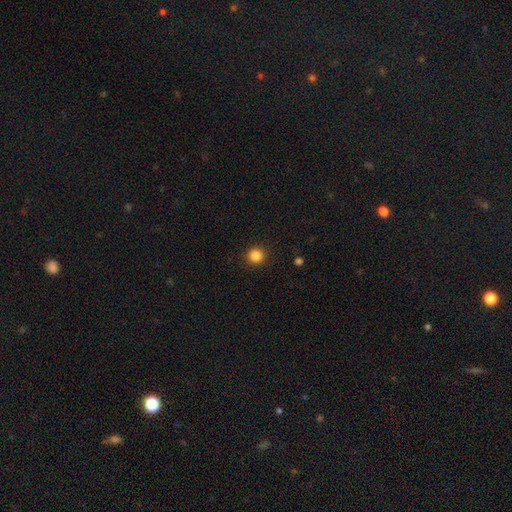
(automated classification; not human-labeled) smooth_or_featured: smooth (p=0.85) [alt: star or artifact p=0.12]
how_rounded: round (p=0.94) [alt: in between p=0.05]
merging: none (p=0.92) [alt: minor disturbance p=0.05]